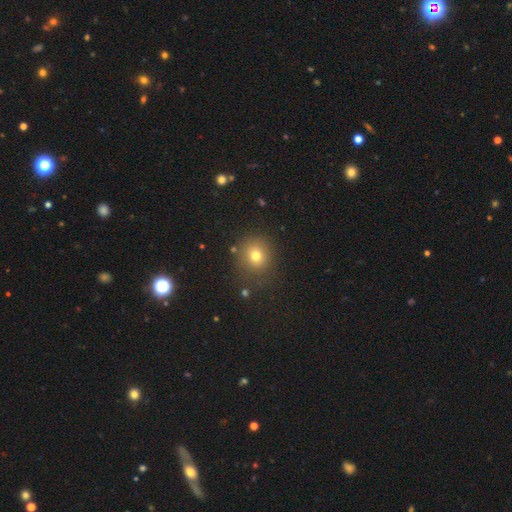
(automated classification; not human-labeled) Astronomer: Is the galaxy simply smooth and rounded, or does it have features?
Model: smooth — 75%.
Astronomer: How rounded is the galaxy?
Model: round — 88%.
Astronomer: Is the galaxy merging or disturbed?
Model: none — 83%.